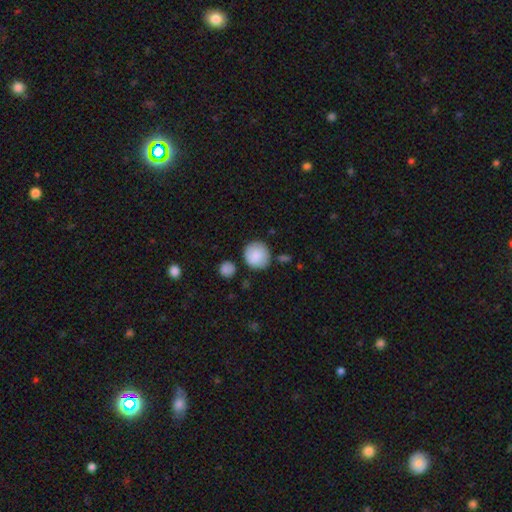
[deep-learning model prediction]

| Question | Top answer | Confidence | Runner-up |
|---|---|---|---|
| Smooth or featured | smooth | 86% | featured or disk (7%) |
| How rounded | round | 87% | in between (12%) |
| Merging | none | 77% | minor disturbance (14%) |